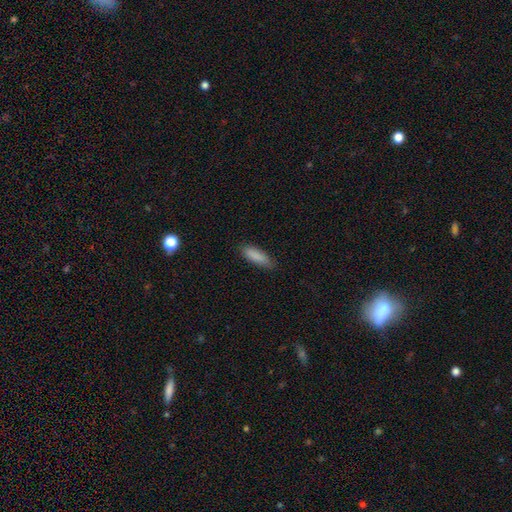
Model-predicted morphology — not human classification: Overall: smooth (88%). How rounded: cigar-shaped (50%; in between 48%). Merging: none (83%).